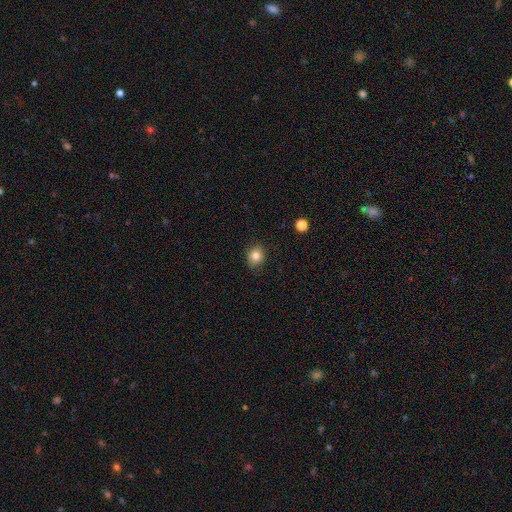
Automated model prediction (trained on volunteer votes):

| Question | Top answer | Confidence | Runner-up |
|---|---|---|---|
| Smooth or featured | smooth | 82% | star or artifact (11%) |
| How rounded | round | 66% | in between (34%) |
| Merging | none | 86% | minor disturbance (11%) |